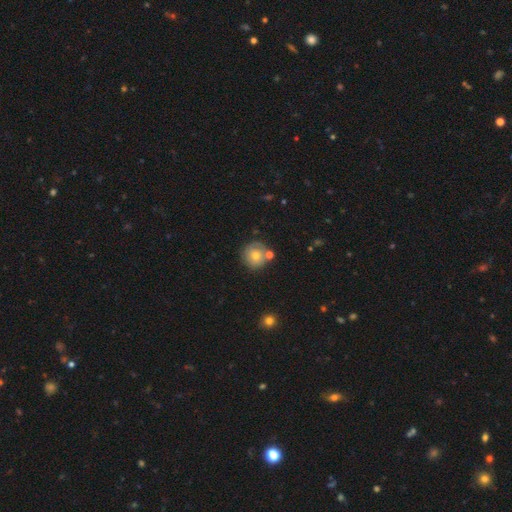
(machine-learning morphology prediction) A smooth galaxy with no disk features (67%) that is round (92%). Merging: none (72%).